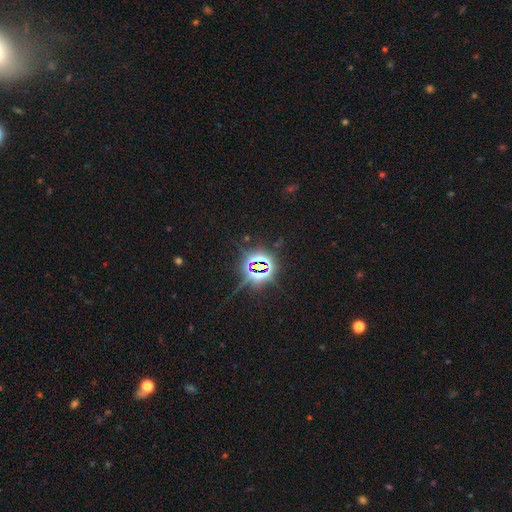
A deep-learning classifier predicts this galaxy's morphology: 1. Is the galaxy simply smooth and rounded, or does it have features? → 82% star or artifact, 10% smooth, 8% featured or disk.